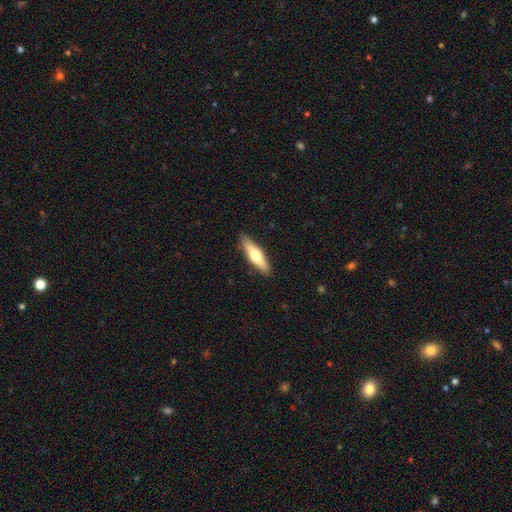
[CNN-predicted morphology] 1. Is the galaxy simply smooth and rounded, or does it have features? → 57% smooth, 37% featured or disk, 5% star or artifact.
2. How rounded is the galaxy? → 69% cigar-shaped, 29% in between, 2% round.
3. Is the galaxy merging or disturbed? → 90% none, 8% minor disturbance, 2% major disturbance, 1% merger.